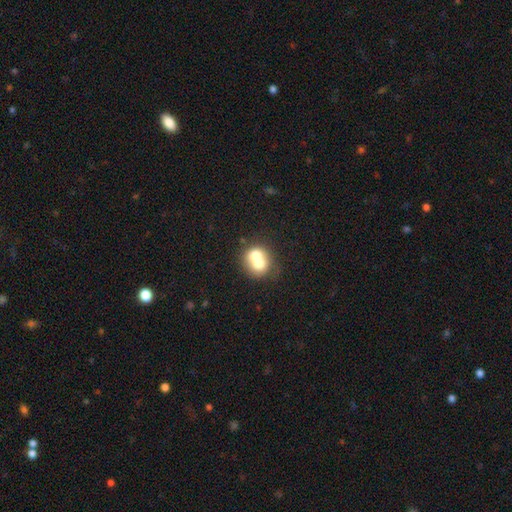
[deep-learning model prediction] Smooth or featured? smooth (66%)
How rounded? round (74%)
Merging? merger (65%)